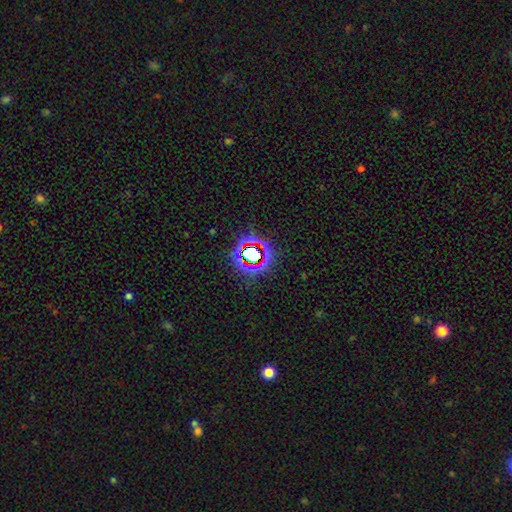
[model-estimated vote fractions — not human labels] Overall: star or artifact (74%).